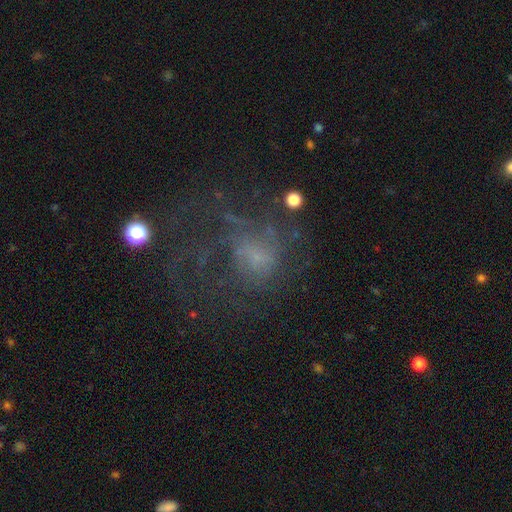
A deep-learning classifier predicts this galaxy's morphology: Smooth or featured? Predicted: featured or disk (p=0.55). Edge-on disk? Predicted: no (p=0.98). Bar? Predicted: no (p=0.76). Spiral arms? Predicted: yes (p=0.52). Bulge size? Predicted: small (p=0.44). Merging? Predicted: none (p=0.44).